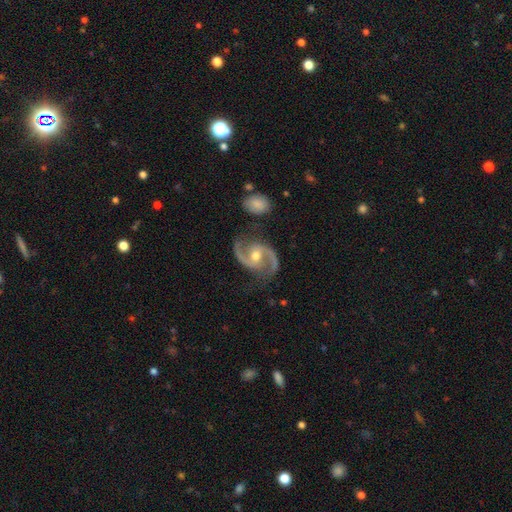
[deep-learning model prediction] Smooth or featured?
  - featured or disk: 93% *
  - star or artifact: 4%
  - smooth: 3%
Edge-on disk?
  - no: 98% *
  - yes: 2%
Bar?
  - no: 50% *
  - weak: 36%
  - strong: 15%
Spiral arms?
  - yes: 98% *
  - no: 2%
Spiral winding?
  - medium: 57% *
  - loose: 30%
  - tight: 12%
Spiral arm count?
  - 2: 94% *
  - can't tell: 1%
  - 3: 1%
  - 1: 1%
  - 4: 1%
  - more than 4: 1%
Bulge size?
  - moderate: 70% *
  - small: 25%
  - large: 3%
  - none: 1%
  - dominant: 1%
Merging?
  - none: 78% *
  - minor disturbance: 14%
  - major disturbance: 5%
  - merger: 3%